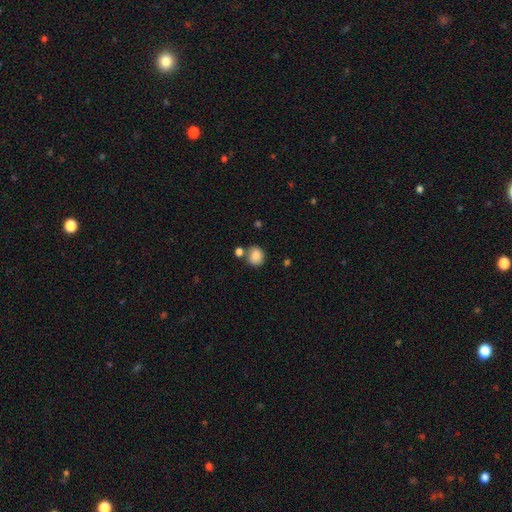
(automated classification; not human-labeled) This appears to be a smooth galaxy with no disk features (85%) that is round (69%). Merging: none (62%).